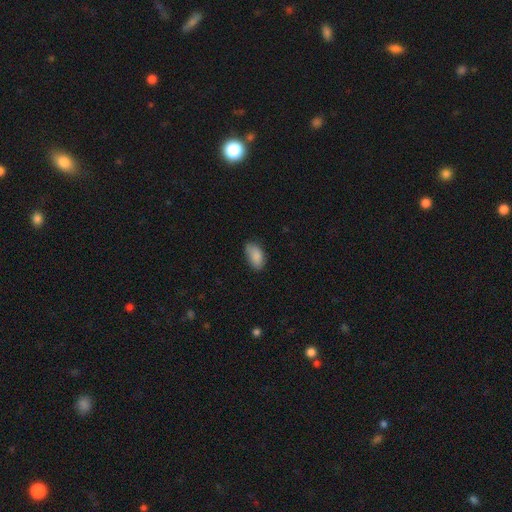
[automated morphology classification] The model was most divided on "merging": none: 71%, minor disturbance: 23%, major disturbance: 4%, merger: 1%. More confident: how rounded — in between (93%); smooth or featured — smooth (87%).